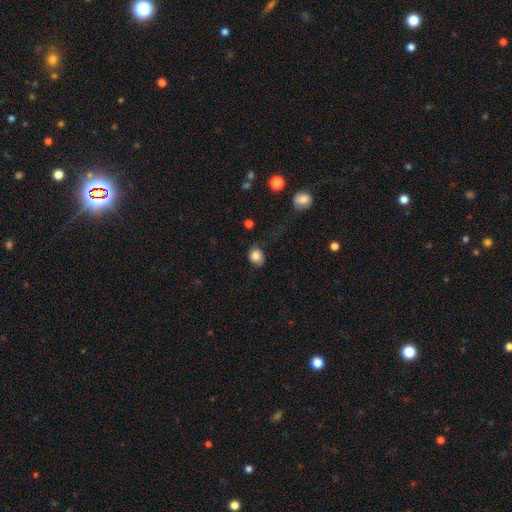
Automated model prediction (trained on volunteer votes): Smooth or featured? smooth (82%)
How rounded? round (63%)
Merging? none (65%)